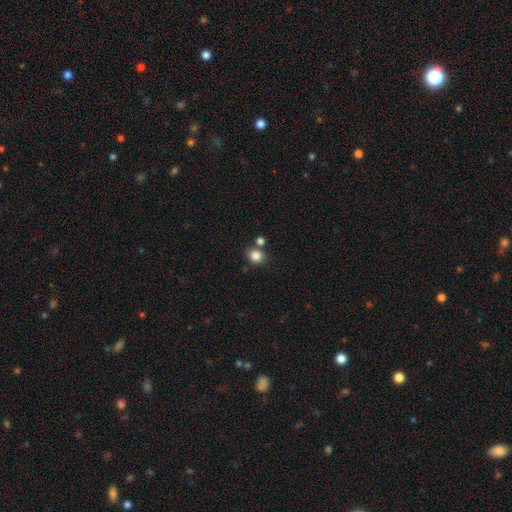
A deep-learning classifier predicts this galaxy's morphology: This appears to be a smooth galaxy with no disk features (83%) that is round (78%). Merging: none (75%).